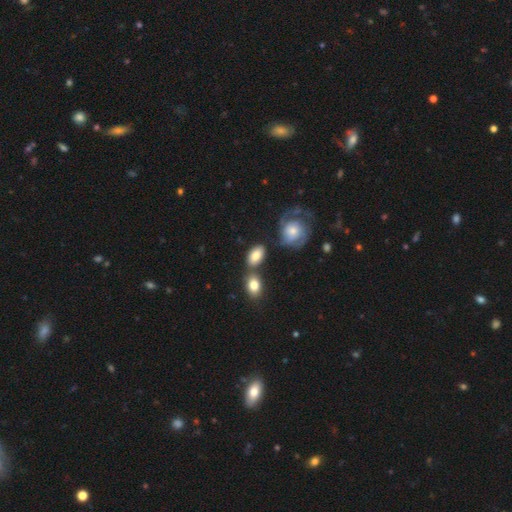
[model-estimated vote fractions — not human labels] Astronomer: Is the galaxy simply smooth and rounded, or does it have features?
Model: smooth — 79%.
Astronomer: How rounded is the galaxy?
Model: in between — 90%.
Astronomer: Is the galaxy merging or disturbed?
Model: none — 60%.